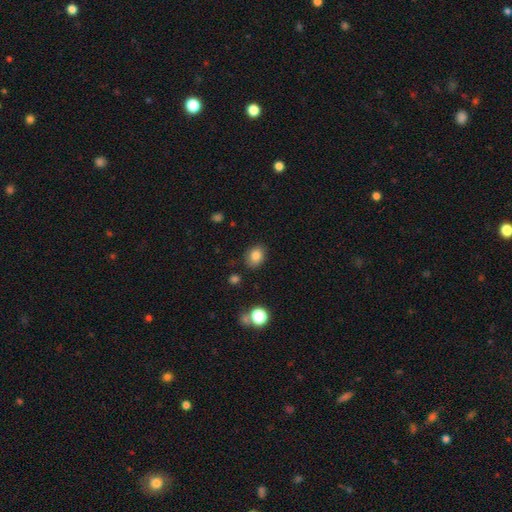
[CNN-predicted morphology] Overall: smooth (83%). How rounded: in between (60%; round 39%). Merging: none (83%).